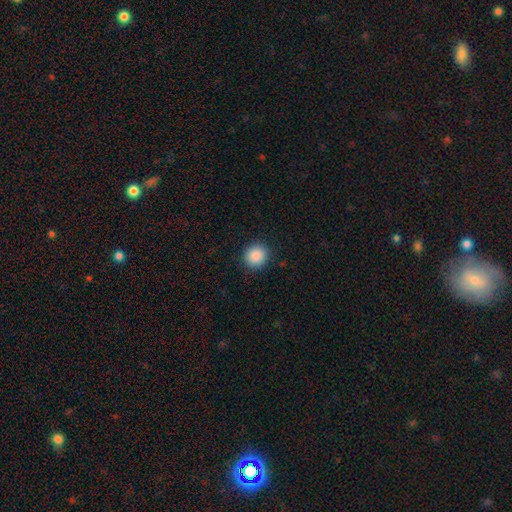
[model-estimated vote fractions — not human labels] Smooth or featured: smooth — 89% (star or artifact — 9%)
How rounded: round — 89% (in between — 10%)
Merging: none — 91% (minor disturbance — 6%)